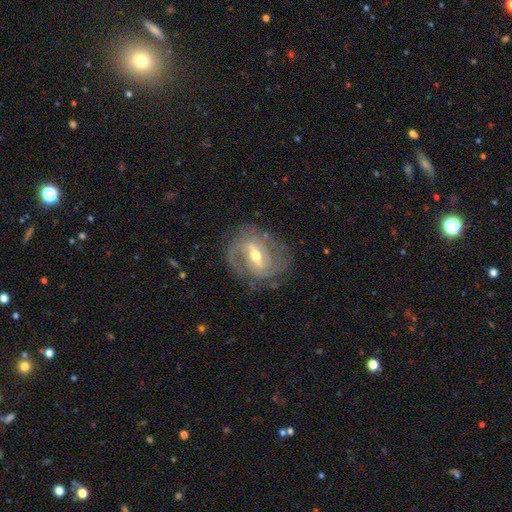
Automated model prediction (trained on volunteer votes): smooth_or_featured: featured or disk (p=0.88) [alt: smooth p=0.07]
disk_edge_on: no (p=0.96) [alt: yes p=0.04]
bar: weak (p=0.46) [alt: strong p=0.42]
has_spiral_arms: yes (p=0.95) [alt: no p=0.05]
spiral_winding: tight (p=0.48) [alt: medium p=0.40]
spiral_arm_count: 2 (p=0.47) [alt: can't tell p=0.20]
bulge_size: moderate (p=0.63) [alt: small p=0.31]
merging: none (p=0.74) [alt: minor disturbance p=0.17]